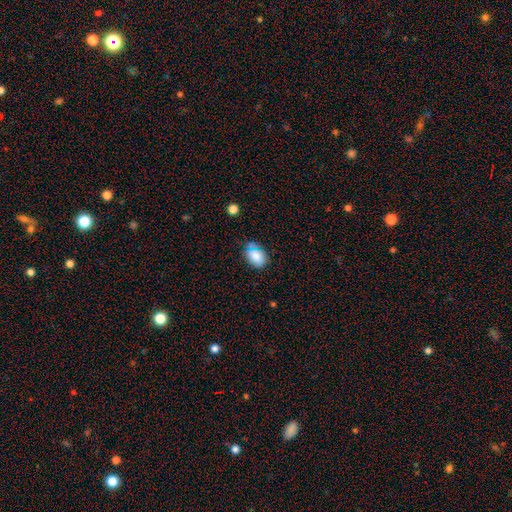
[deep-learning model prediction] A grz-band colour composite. It shows a smooth galaxy with no disk features (83%) that is in between round and cigar-shaped (80%). Merging: none (72%).